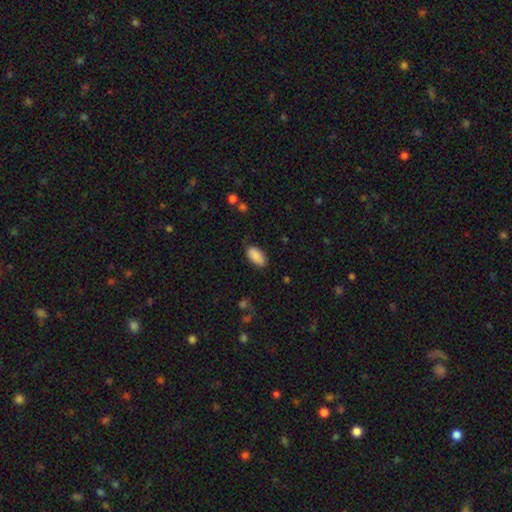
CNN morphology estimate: This is clearly a smooth galaxy (89%). How rounded: clearly in between (94%). Merging: clearly none (81%).